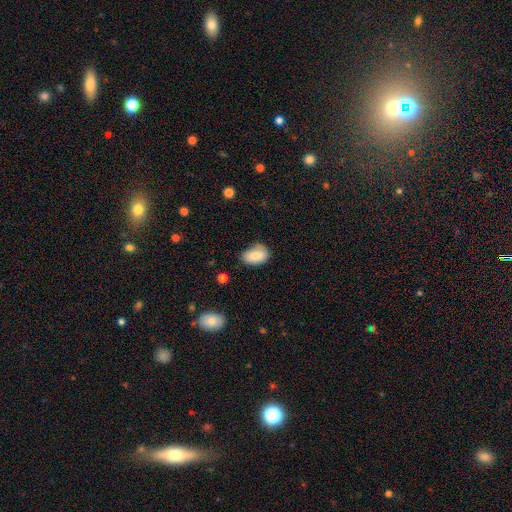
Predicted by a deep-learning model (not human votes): Morphology: type=smooth (82%); roundness=in between (90%); merging=none (61%).